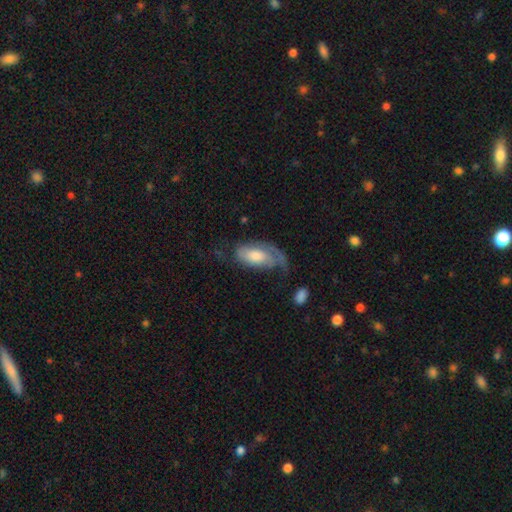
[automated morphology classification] Overall: featured or disk (59%; smooth 34%). Edge-on disk: no (92%). Bar: no (68%). Spiral arms: yes (84%). Bulge size: moderate (45%; large 28%). Merging: none (40%; major disturbance 33%).